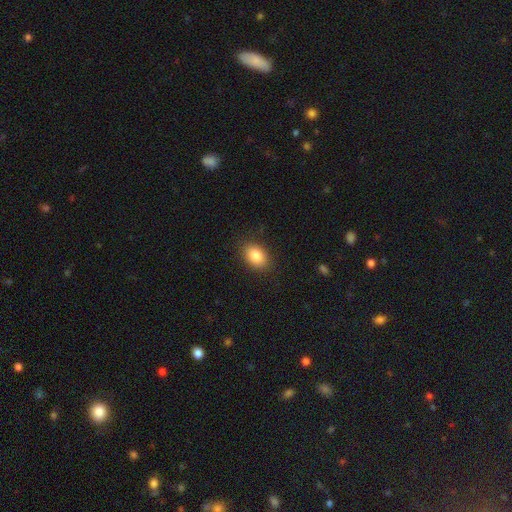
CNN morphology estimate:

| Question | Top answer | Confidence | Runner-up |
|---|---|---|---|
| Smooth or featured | smooth | 86% | star or artifact (8%) |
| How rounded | in between | 82% | round (16%) |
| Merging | none | 86% | minor disturbance (10%) |